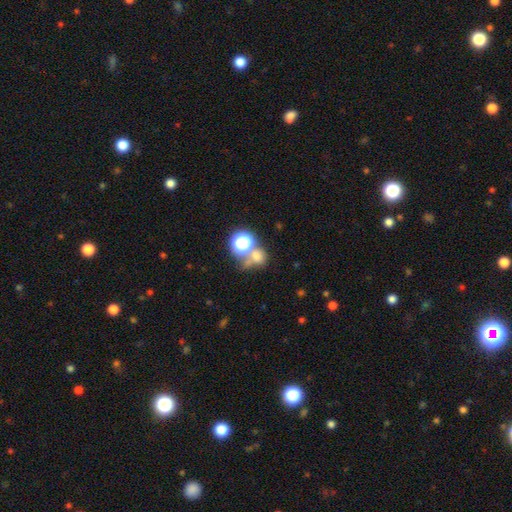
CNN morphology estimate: This appears to be a smooth galaxy with no disk features (65%) that is round (77%). Merging: none (48%).